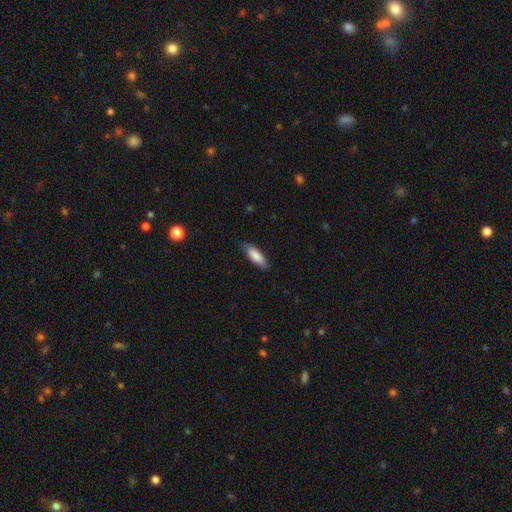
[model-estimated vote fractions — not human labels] Smooth or featured: smooth — 85% (featured or disk — 10%)
How rounded: in between — 59% (cigar-shaped — 40%)
Merging: none — 83% (minor disturbance — 14%)